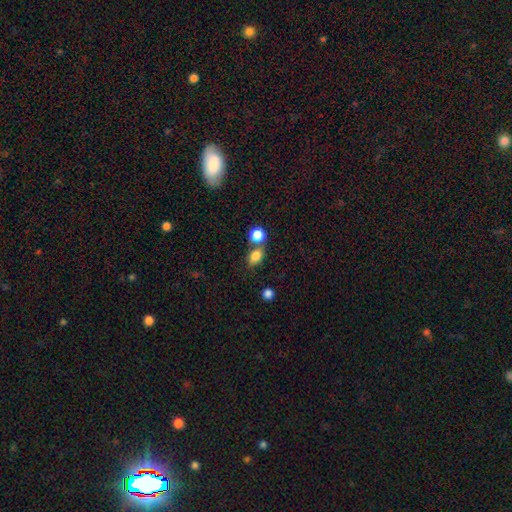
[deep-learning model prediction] This appears to be a smooth galaxy with no disk features (81%) that is in between round and cigar-shaped (66%). Merging: none (55%).